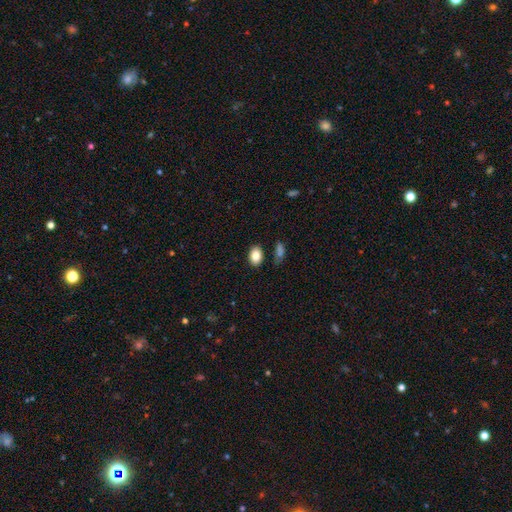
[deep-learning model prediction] Overall: smooth (84%). How rounded: in between (82%). Merging: none (81%).